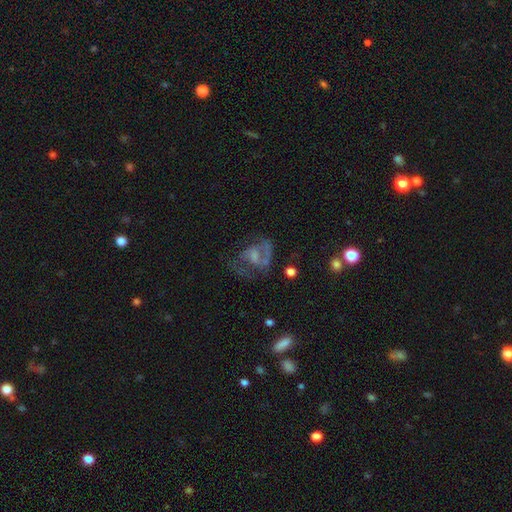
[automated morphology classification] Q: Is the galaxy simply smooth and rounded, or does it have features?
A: featured or disk — 64%.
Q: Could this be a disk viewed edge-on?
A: no — 97%.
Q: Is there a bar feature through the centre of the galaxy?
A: no — 55%.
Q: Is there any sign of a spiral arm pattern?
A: yes — 67%.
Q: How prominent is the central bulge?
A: none — 37%.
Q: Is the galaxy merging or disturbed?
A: major disturbance — 39%.